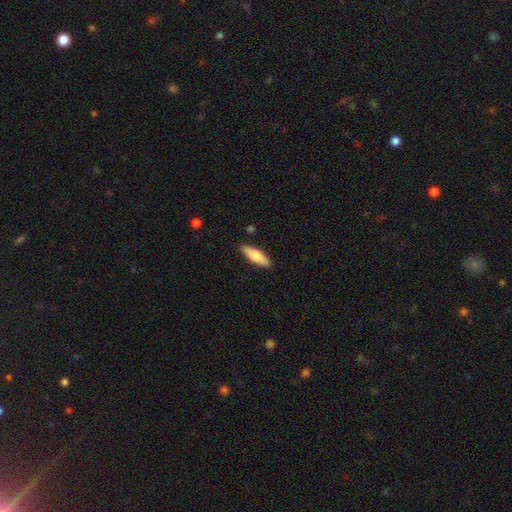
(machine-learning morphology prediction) Smooth or featured? Predicted: smooth (p=0.70). How rounded? Predicted: cigar-shaped (p=0.52). Merging? Predicted: none (p=0.88).